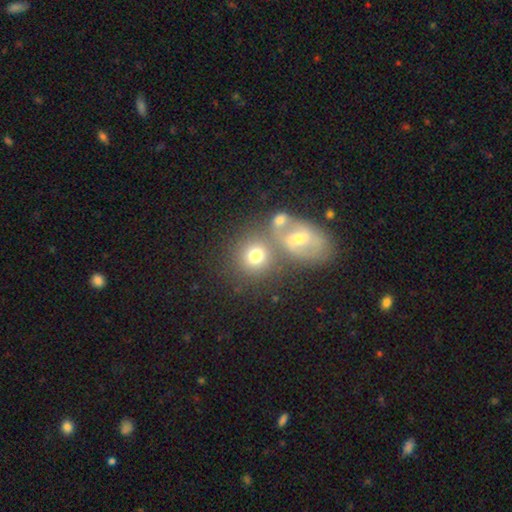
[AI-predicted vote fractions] This is likely a smooth galaxy (68%). How rounded: likely round (80%). Merging: possibly none (53%).